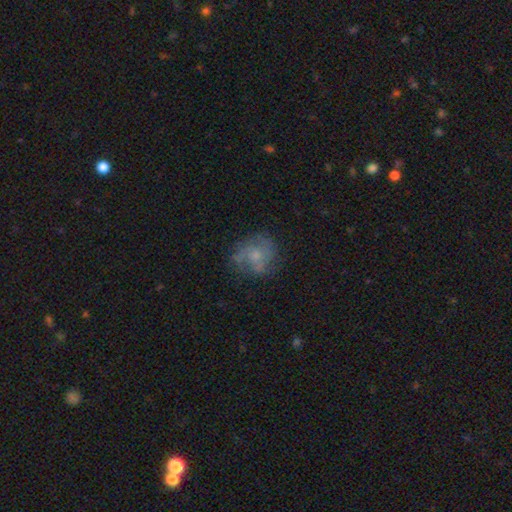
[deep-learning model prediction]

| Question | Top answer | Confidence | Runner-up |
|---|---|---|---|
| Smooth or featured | featured or disk | 51% | smooth (38%) |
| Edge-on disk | no | 98% | yes (2%) |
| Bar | no | 81% | weak (17%) |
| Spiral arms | yes | 61% | no (39%) |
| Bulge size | small | 42% | moderate (41%) |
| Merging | none | 62% | minor disturbance (21%) |